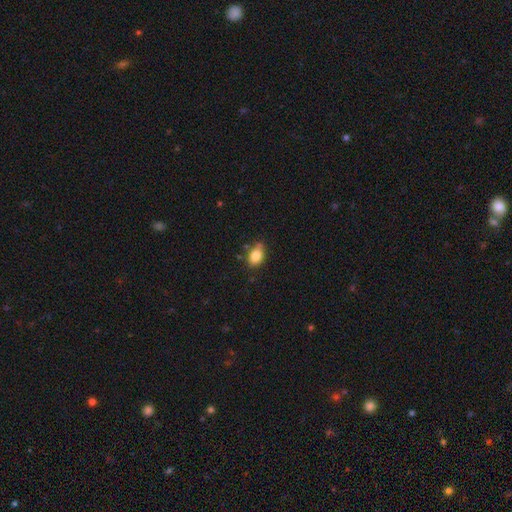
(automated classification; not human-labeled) smooth 85%, star or artifact 9%, featured or disk 6%. Down the decision tree: how rounded — in between (74%); merging — none (71%).